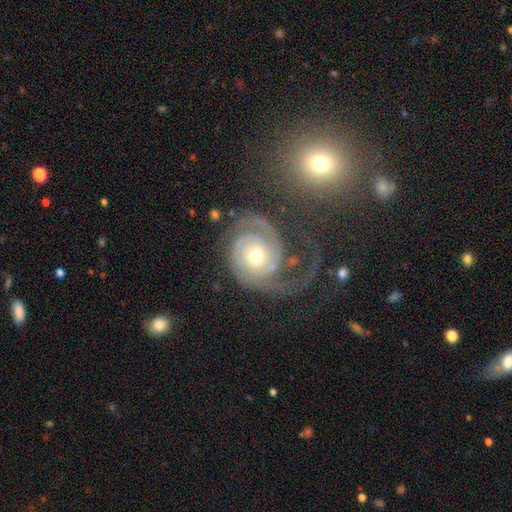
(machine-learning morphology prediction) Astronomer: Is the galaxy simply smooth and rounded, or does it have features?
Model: featured or disk — 88%.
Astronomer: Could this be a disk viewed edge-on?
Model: no — 98%.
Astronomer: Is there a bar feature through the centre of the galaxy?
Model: no — 72%.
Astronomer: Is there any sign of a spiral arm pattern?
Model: yes — 97%.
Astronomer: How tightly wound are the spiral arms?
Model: tight — 56% (runner-up: medium, 32%).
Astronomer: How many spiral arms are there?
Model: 2 — 62%.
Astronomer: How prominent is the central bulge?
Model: moderate — 59% (runner-up: small, 36%).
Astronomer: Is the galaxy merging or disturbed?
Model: none — 47% (runner-up: major disturbance, 29%).